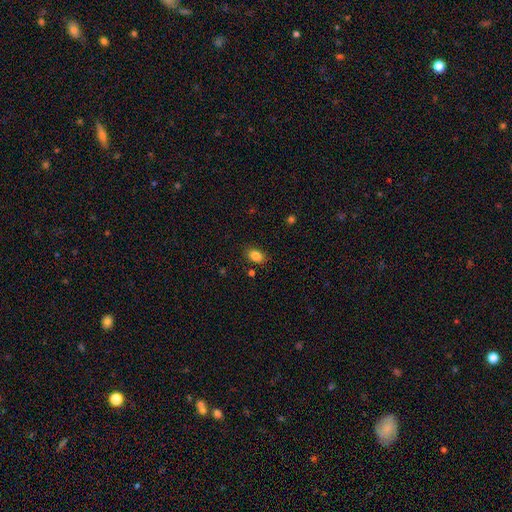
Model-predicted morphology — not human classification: Smooth or featured? smooth (84%)
How rounded? in between (83%)
Merging? none (83%)